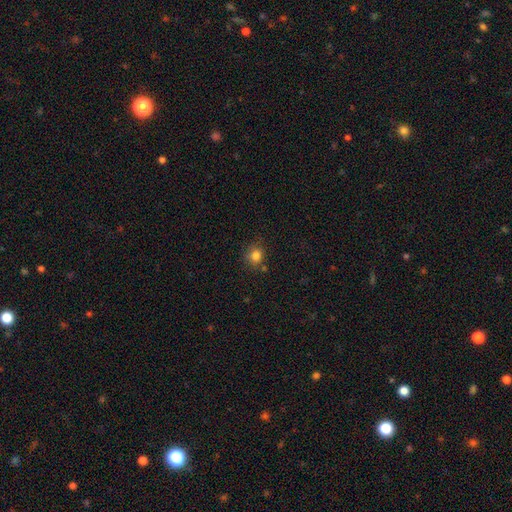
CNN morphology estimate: Overall: smooth (82%). How rounded: round (84%). Merging: none (76%).